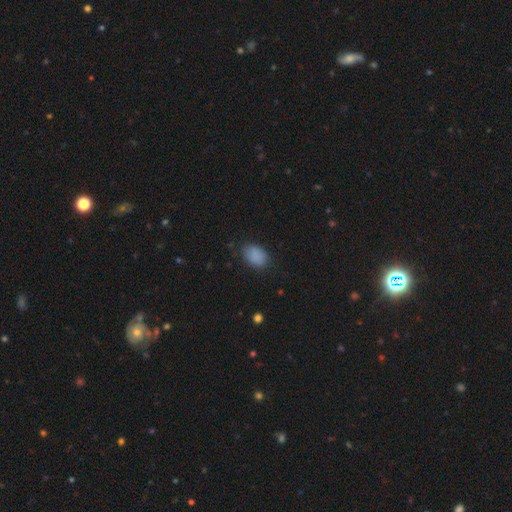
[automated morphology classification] Smooth or featured: smooth — 87% (star or artifact — 9%)
How rounded: in between — 81% (round — 18%)
Merging: none — 80% (minor disturbance — 15%)